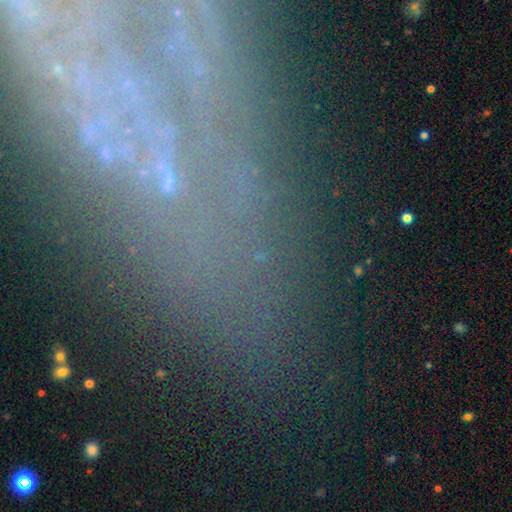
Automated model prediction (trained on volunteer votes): Q: Smooth or featured?
A: featured or disk (40%); runner-up: star or artifact (39%)
Q: Merging?
A: none (62%); runner-up: minor disturbance (17%)